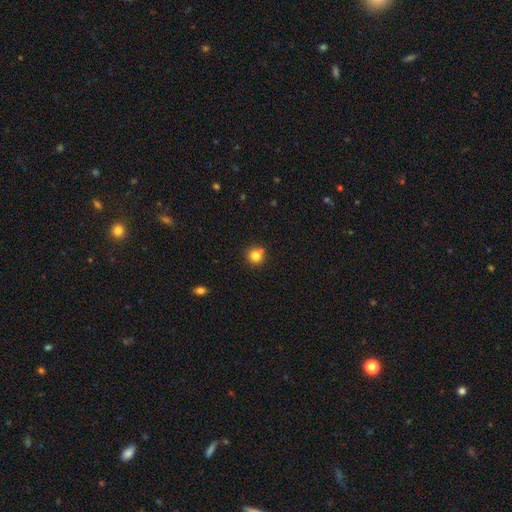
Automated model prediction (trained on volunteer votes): A smooth galaxy with no disk features (81%) that is round (92%).

Vote fractions:
- Smooth or featured? smooth: 81% / star or artifact: 12% / featured or disk: 7%
- How rounded? round: 92% / in between: 8% / cigar-shaped: 1%
- Merging? none: 73% / merger: 14% / minor disturbance: 10% / major disturbance: 3%